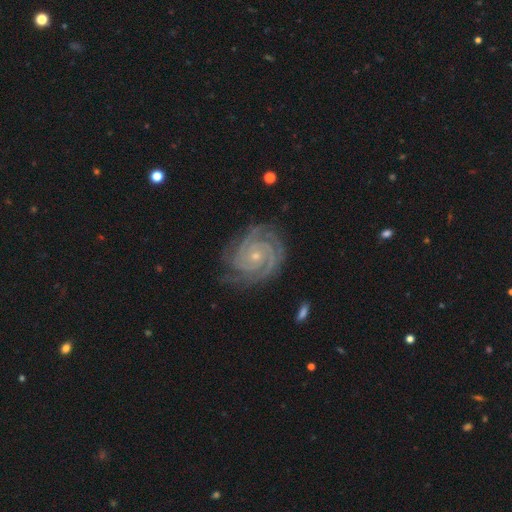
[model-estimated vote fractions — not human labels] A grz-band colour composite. It shows a featured or disk galaxy (92%) with no bar (75%), 2 (48%) tight (84%) spiral arms (99%) and a small central bulge (79%). Merging: none (79%).